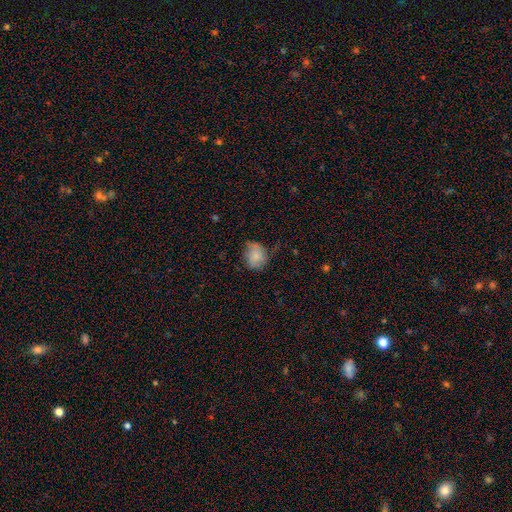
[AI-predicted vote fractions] Smooth or featured: smooth — 73% (featured or disk — 18%)
How rounded: round — 54% (in between — 45%)
Merging: none — 46% (minor disturbance — 36%)